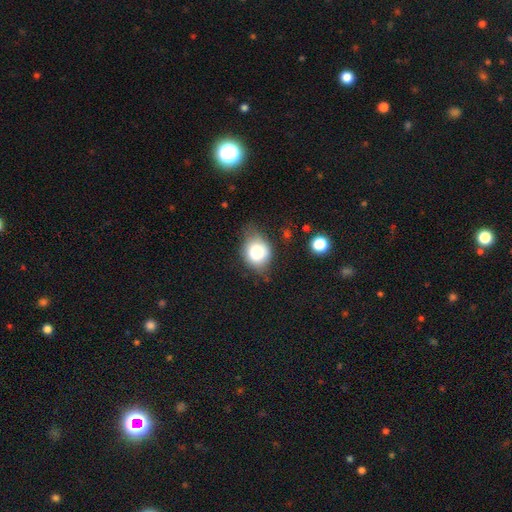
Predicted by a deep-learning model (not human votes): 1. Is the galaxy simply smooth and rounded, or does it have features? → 80% smooth, 11% featured or disk, 8% star or artifact.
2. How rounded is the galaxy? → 55% round, 43% in between, 1% cigar-shaped.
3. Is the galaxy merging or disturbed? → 52% none, 34% minor disturbance, 11% major disturbance, 3% merger.